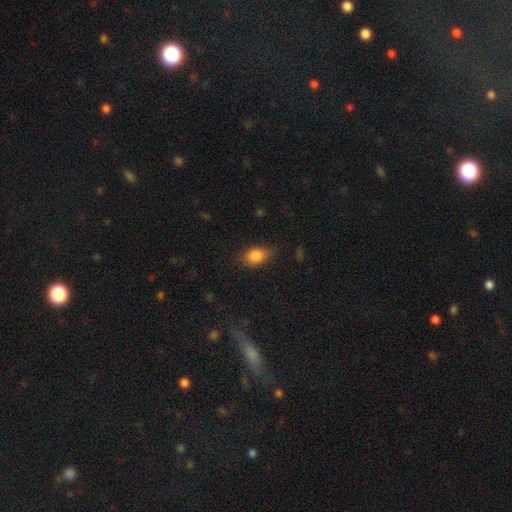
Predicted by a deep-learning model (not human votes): smooth 86%, star or artifact 8%, featured or disk 6%. Down the decision tree: how rounded — in between (80%); merging — none (78%).